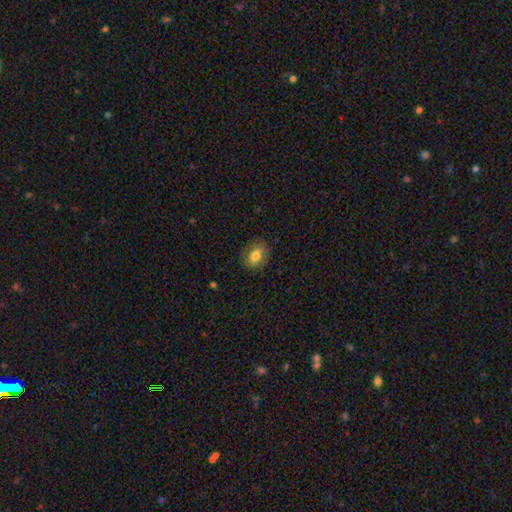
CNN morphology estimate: A smooth galaxy with no disk features (77%) that is in between round and cigar-shaped (64%). Merging: none (85%).